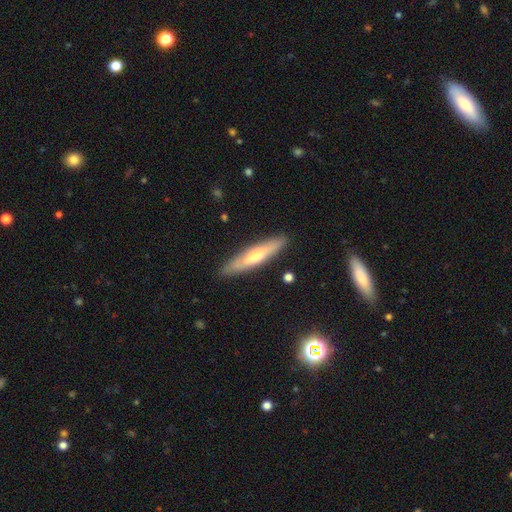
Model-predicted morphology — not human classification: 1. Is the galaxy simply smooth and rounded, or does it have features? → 47% featured or disk, 46% smooth, 7% star or artifact.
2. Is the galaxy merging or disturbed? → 87% none, 10% minor disturbance, 2% major disturbance, 2% merger.